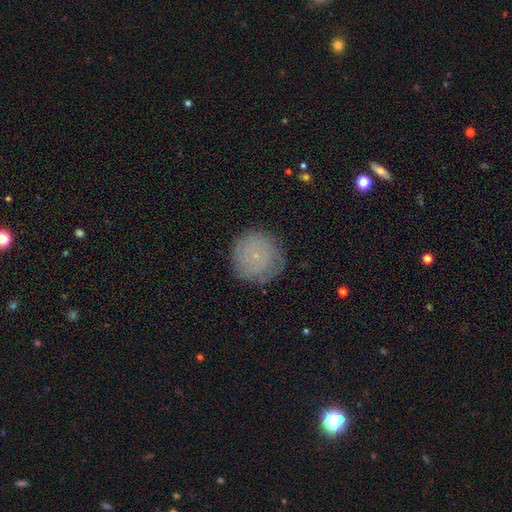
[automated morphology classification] smooth-or-featured: smooth: 47% | featured or disk: 42% | star or artifact: 11%
  merging: none: 80% | minor disturbance: 14% | major disturbance: 5% | merger: 1%